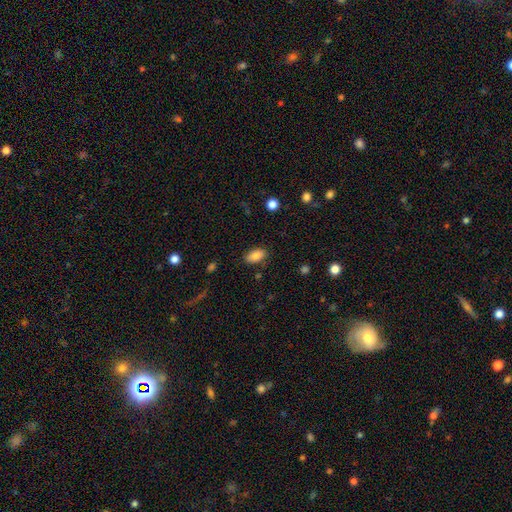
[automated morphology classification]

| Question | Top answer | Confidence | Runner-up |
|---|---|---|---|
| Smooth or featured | smooth | 85% | star or artifact (8%) |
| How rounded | in between | 92% | round (4%) |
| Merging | none | 83% | minor disturbance (12%) |